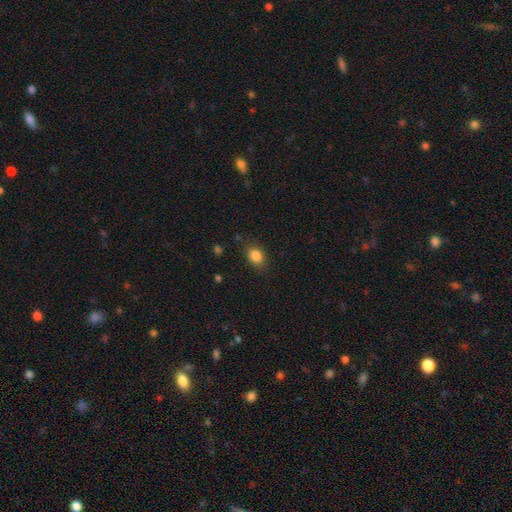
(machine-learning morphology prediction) type=smooth (85%); roundness=in between (69%); merging=none (82%).